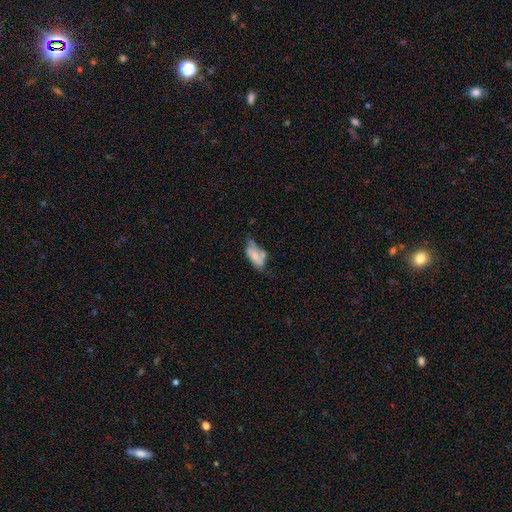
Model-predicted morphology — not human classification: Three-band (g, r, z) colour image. It shows a smooth galaxy with no disk features (63%) that is in between round and cigar-shaped (90%). Merging: minor disturbance (34%).